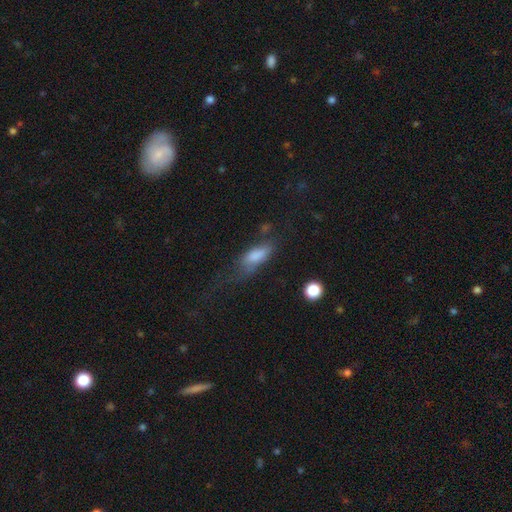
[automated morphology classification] type=smooth (71%); roundness=in between (68%); merging=major disturbance (37%).